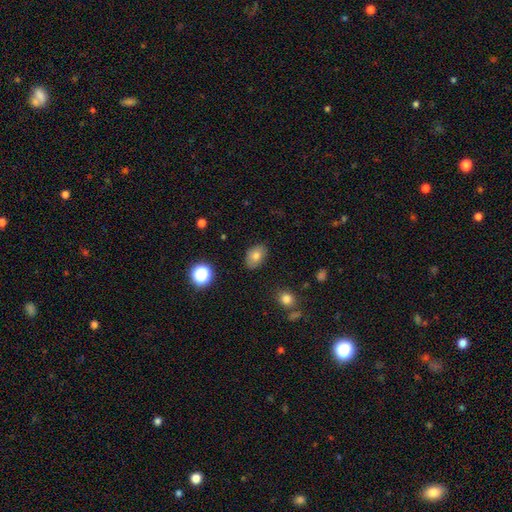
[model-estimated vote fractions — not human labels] Q: Smooth or featured?
A: smooth (76%); runner-up: featured or disk (13%)
Q: How rounded?
A: in between (81%); runner-up: round (18%)
Q: Merging?
A: none (84%); runner-up: minor disturbance (12%)